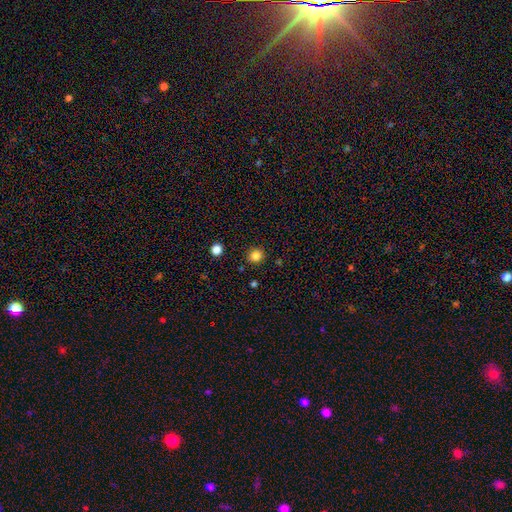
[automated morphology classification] Smooth or featured? smooth (84%)
How rounded? round (89%)
Merging? none (89%)